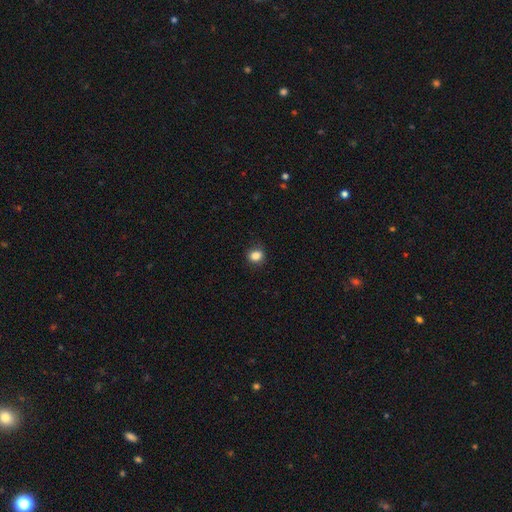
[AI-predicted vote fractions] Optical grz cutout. It shows a smooth galaxy with no disk features (85%) that is round (69%). Merging: none (85%).